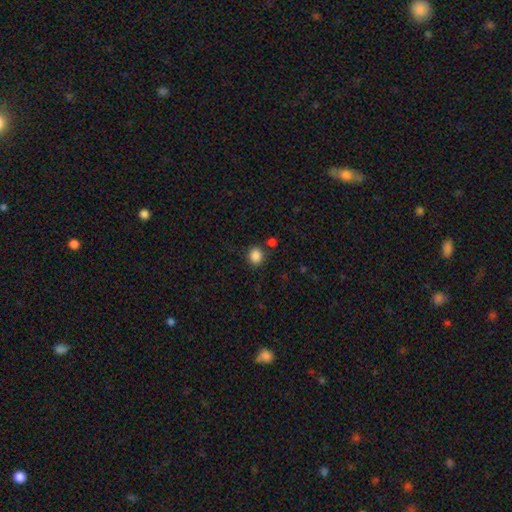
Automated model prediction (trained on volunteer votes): Smooth or featured: smooth — 86% (star or artifact — 10%)
How rounded: round — 75% (in between — 24%)
Merging: none — 80% (minor disturbance — 10%)